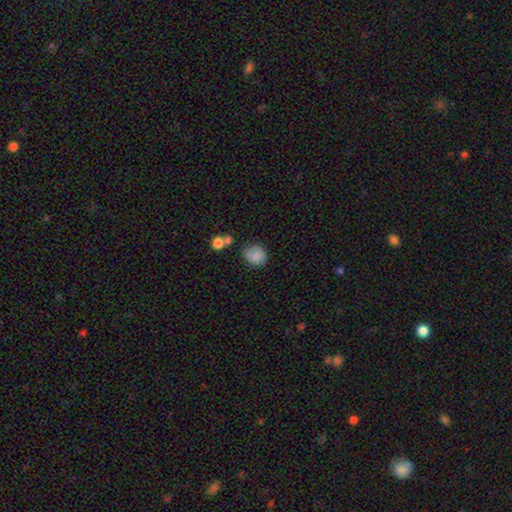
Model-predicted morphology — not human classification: Smooth or featured? smooth (81%)
How rounded? round (67%)
Merging? none (64%)